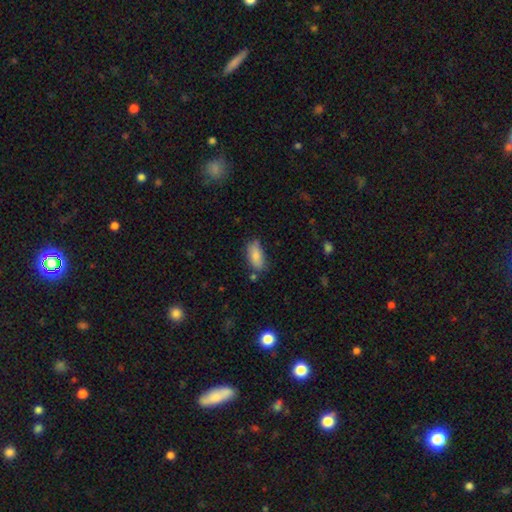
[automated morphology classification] A smooth galaxy with no disk features (84%) that is in between round and cigar-shaped (89%). Merging: none (69%).